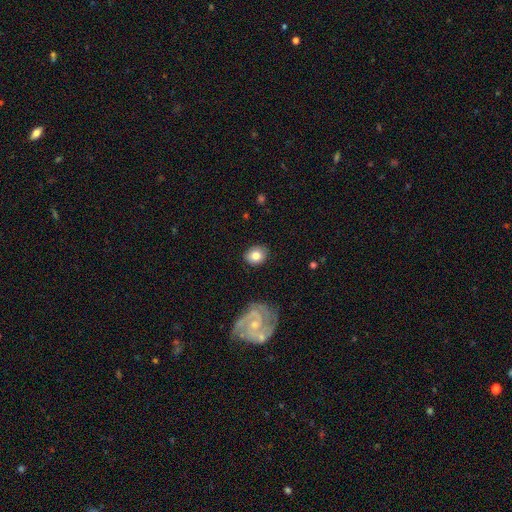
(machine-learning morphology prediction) smooth 77%, featured or disk 15%, star or artifact 8%. Down the decision tree: how rounded — round (62%); merging — none (84%).